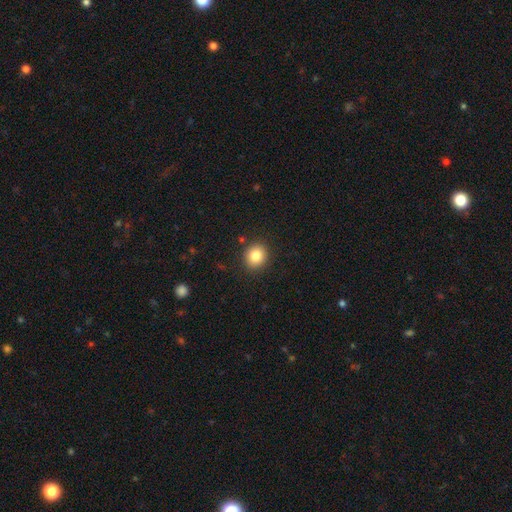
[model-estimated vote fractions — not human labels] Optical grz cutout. It shows a smooth galaxy with no disk features (84%) that is round (80%). Merging: none (89%).